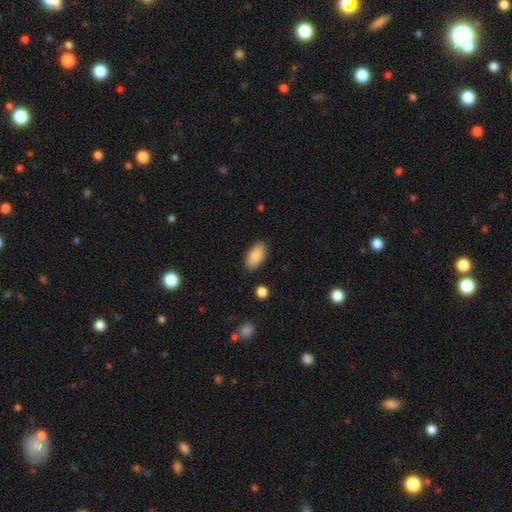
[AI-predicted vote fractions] This is clearly a smooth galaxy (85%). How rounded: clearly in between (92%). Merging: clearly none (86%).